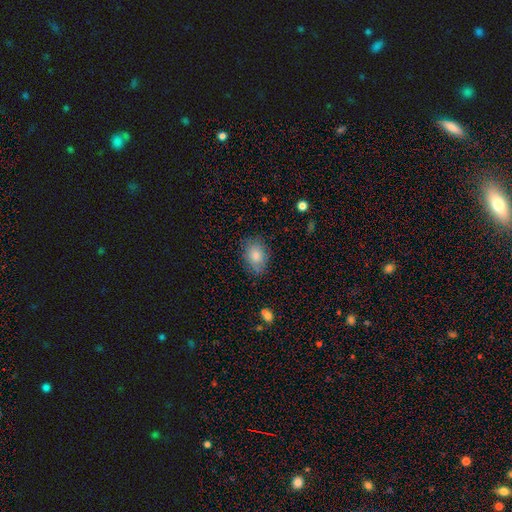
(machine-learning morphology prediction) Q: Smooth or featured?
A: smooth (80%); runner-up: featured or disk (11%)
Q: How rounded?
A: in between (69%); runner-up: round (30%)
Q: Merging?
A: none (79%); runner-up: minor disturbance (16%)